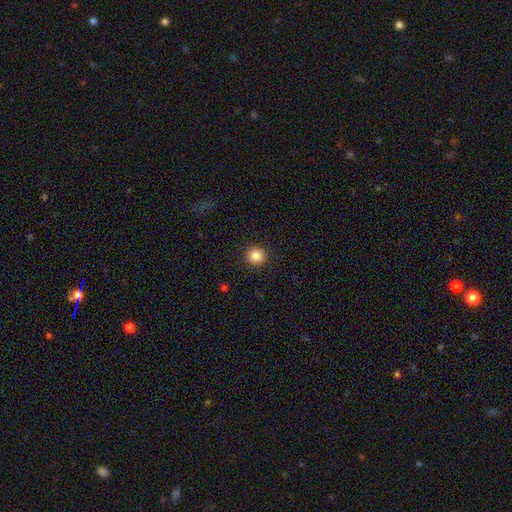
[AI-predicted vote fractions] Smooth or featured?
  - smooth: 86% *
  - star or artifact: 10%
  - featured or disk: 4%
How rounded?
  - round: 91% *
  - in between: 8%
  - cigar-shaped: 1%
Merging?
  - none: 92% *
  - minor disturbance: 5%
  - major disturbance: 2%
  - merger: 1%